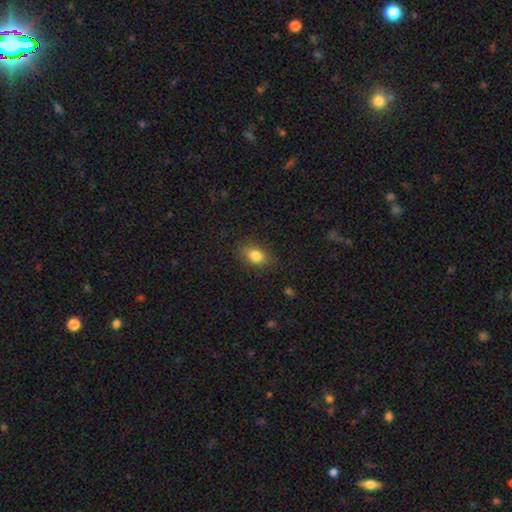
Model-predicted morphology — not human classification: A smooth galaxy with no disk features (82%) that is in between round and cigar-shaped (67%).

Vote fractions:
- Smooth or featured? smooth: 82% / star or artifact: 10% / featured or disk: 7%
- How rounded? in between: 67% / round: 31% / cigar-shaped: 2%
- Merging? none: 84% / minor disturbance: 12% / major disturbance: 3% / merger: 1%